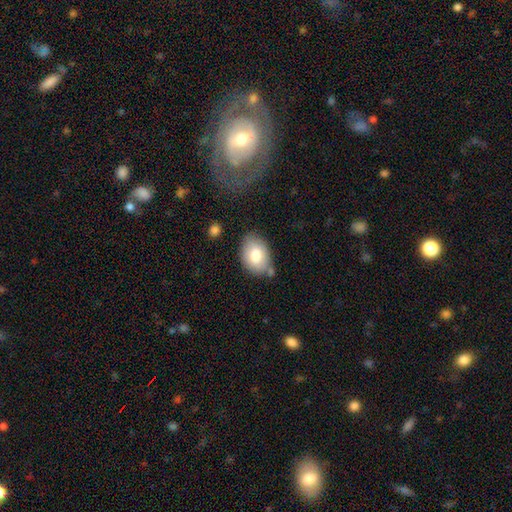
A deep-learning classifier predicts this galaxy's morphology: smooth 79%, featured or disk 14%, star or artifact 7%. Down the decision tree: how rounded — in between (81%); merging — none (70%).